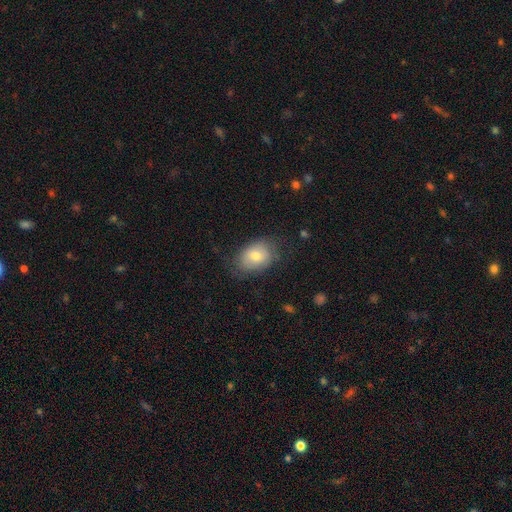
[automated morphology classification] Smooth or featured? Predicted: smooth (p=0.72). How rounded? Predicted: in between (p=0.76). Merging? Predicted: none (p=0.71).